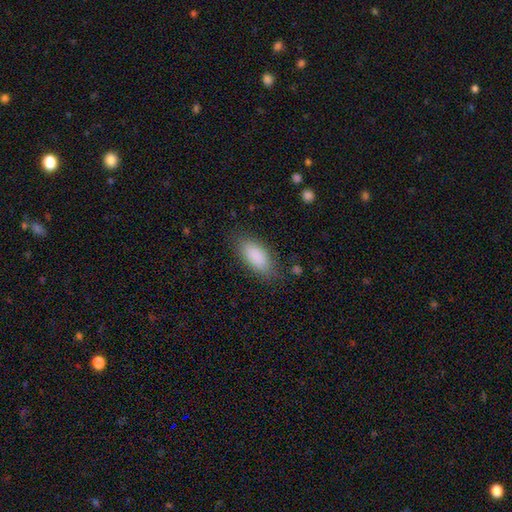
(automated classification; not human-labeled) Morphology: type=smooth (88%); roundness=in between (87%); merging=none (81%).